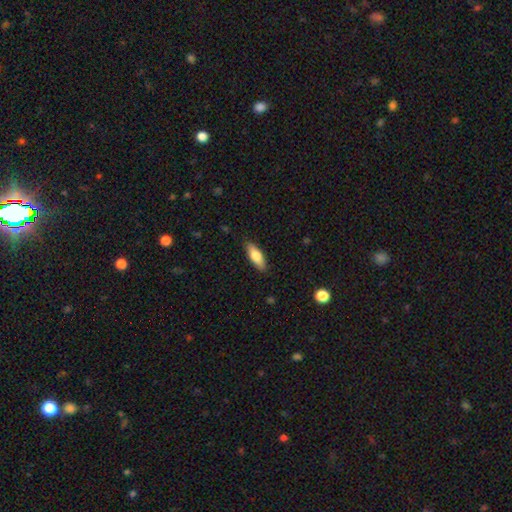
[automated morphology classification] smooth_or_featured: smooth (p=0.75) [alt: featured or disk p=0.19]
how_rounded: in between (p=0.60) [alt: cigar-shaped p=0.38]
merging: none (p=0.87) [alt: minor disturbance p=0.10]